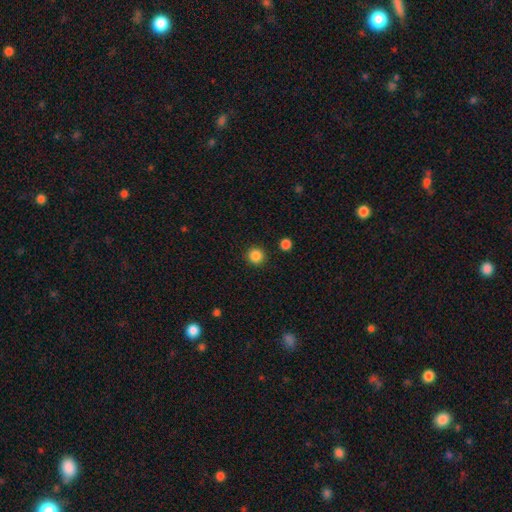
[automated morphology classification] Smooth or featured?
  - smooth: 86% *
  - star or artifact: 11%
  - featured or disk: 3%
How rounded?
  - round: 95% *
  - in between: 4%
  - cigar-shaped: 1%
Merging?
  - none: 92% *
  - minor disturbance: 5%
  - major disturbance: 2%
  - merger: 2%